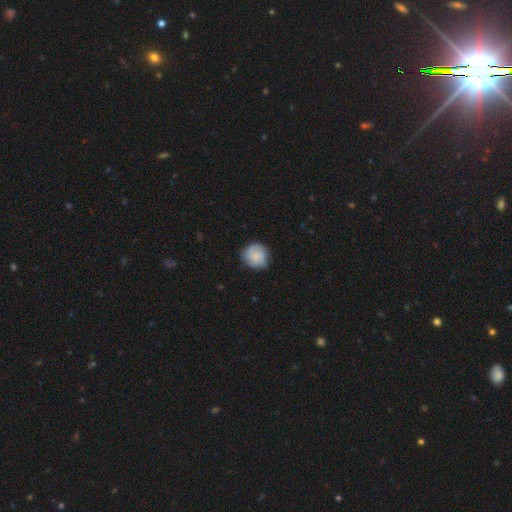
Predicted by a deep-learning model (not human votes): Q: Smooth or featured?
A: smooth (73%); runner-up: featured or disk (20%)
Q: How rounded?
A: round (87%); runner-up: in between (12%)
Q: Merging?
A: none (75%); runner-up: minor disturbance (20%)